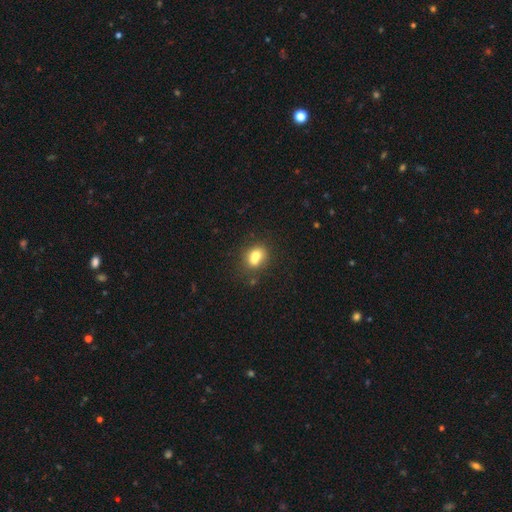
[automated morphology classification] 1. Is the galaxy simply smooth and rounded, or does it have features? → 72% smooth, 17% featured or disk, 11% star or artifact.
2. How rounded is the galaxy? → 52% in between, 46% round, 2% cigar-shaped.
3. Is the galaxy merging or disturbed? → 41% none, 40% merger, 13% minor disturbance, 5% major disturbance.